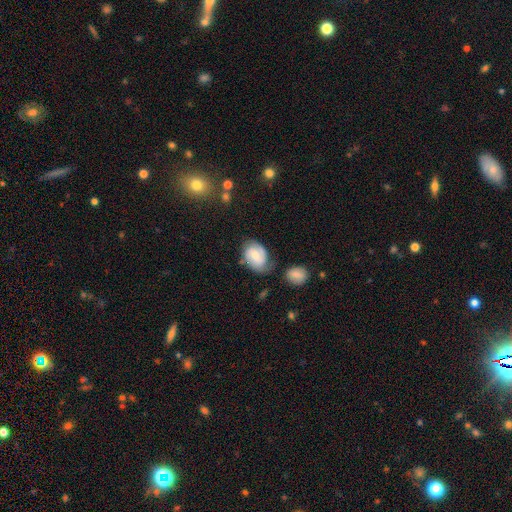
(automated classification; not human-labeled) Q: Smooth or featured?
A: featured or disk (52%); runner-up: smooth (40%)
Q: Edge-on disk?
A: no (96%); runner-up: yes (4%)
Q: Bar?
A: weak (47%); runner-up: no (40%)
Q: Spiral arms?
A: yes (86%); runner-up: no (14%)
Q: Bulge size?
A: moderate (47%); runner-up: small (41%)
Q: Merging?
A: none (55%); runner-up: minor disturbance (26%)